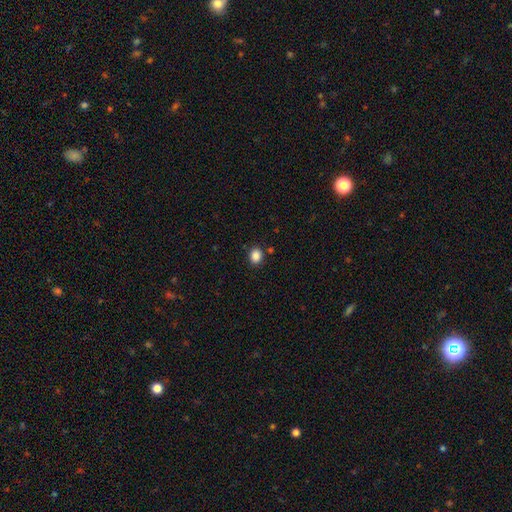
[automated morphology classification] Smooth or featured? smooth (87%)
How rounded? round (55%)
Merging? none (85%)